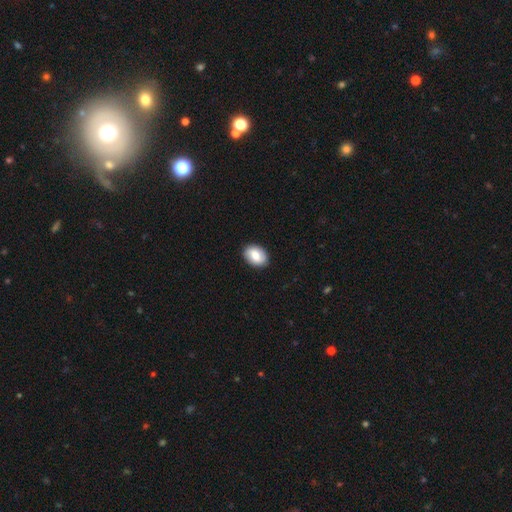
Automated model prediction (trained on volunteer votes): Morphology: type=smooth (76%); roundness=in between (83%); merging=none (89%).